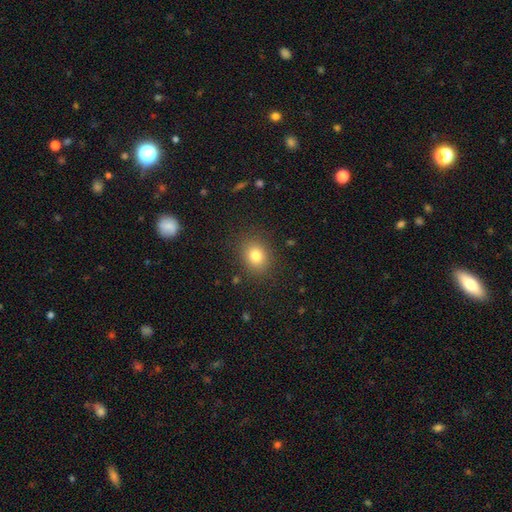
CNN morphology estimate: Overall: smooth (80%). How rounded: round (58%; in between 41%). Merging: none (86%).